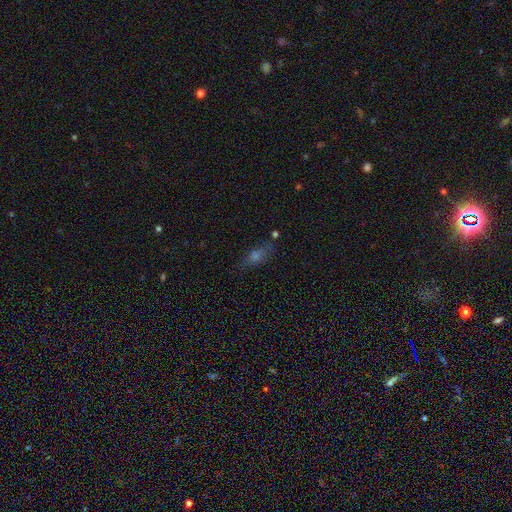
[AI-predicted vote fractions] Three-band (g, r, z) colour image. It shows a smooth galaxy with no disk features (48%). Merging: none (71%).